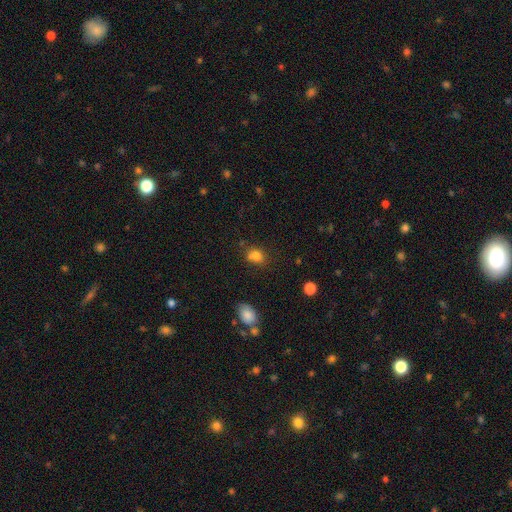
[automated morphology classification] Overall: smooth (80%). How rounded: round (50%; in between 49%). Merging: none (61%; minor disturbance 21%).